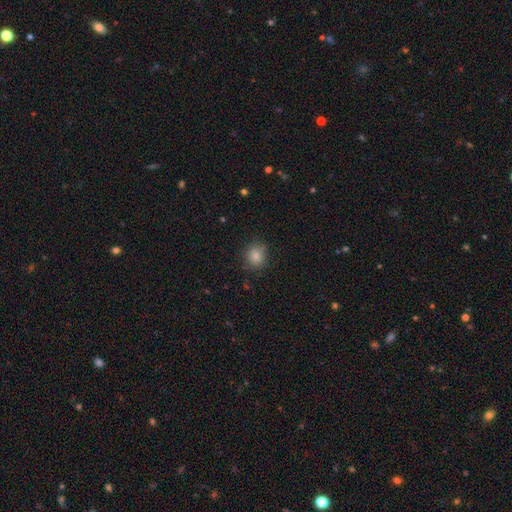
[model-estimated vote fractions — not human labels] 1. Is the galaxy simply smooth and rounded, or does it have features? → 84% smooth, 11% star or artifact, 6% featured or disk.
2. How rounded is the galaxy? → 77% round, 22% in between, 1% cigar-shaped.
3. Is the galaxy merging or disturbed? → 79% none, 16% minor disturbance, 4% major disturbance, 2% merger.